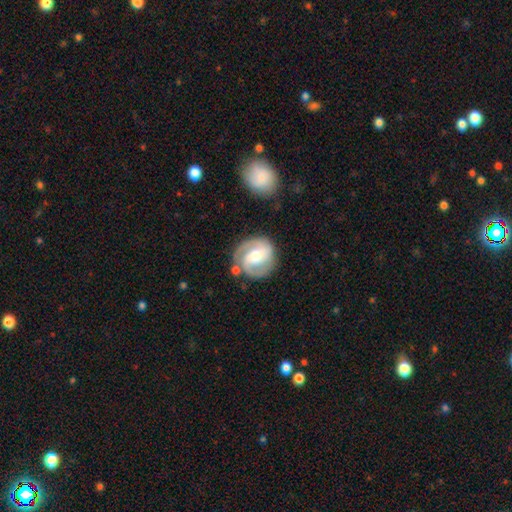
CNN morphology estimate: This is clearly a featured or disk galaxy (83%). It is clearly not viewed edge-on (98%). Bar: marginally weak (44%). Spiral arm pattern: clearly yes (96%). Spiral arm count: clearly 2 (82%). Spiral winding: possibly medium (46%). Central bulge: likely moderate (62%). Merging: likely none (74%).